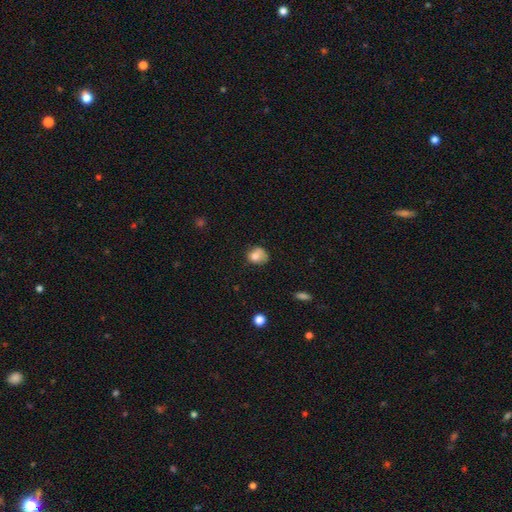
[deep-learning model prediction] smooth-or-featured: smooth: 75% | featured or disk: 15% | star or artifact: 11%
  how-rounded: round: 60% | in between: 39% | cigar-shaped: 1%
  merging: none: 41% | minor disturbance: 31% | major disturbance: 15% | merger: 12%